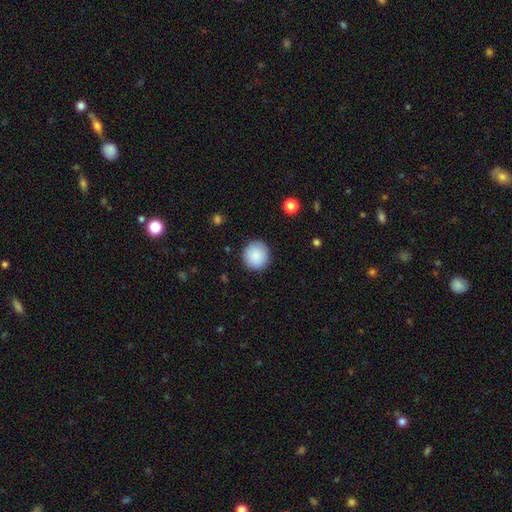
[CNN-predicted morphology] Q: Smooth or featured?
A: smooth (88%); runner-up: star or artifact (7%)
Q: How rounded?
A: round (93%); runner-up: in between (6%)
Q: Merging?
A: none (90%); runner-up: minor disturbance (7%)